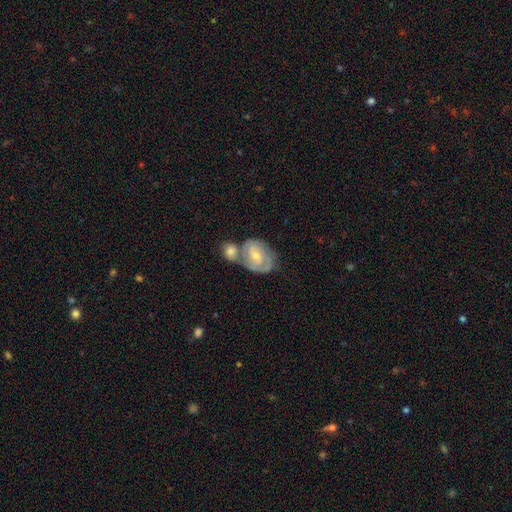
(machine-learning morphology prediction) A featured or disk galaxy (71%) with a weak bar (47%), 2 (56%) tight (52%) spiral arms (89%) and a small central bulge (51%).

Vote fractions:
- Smooth or featured? featured or disk: 71% / smooth: 24% / star or artifact: 6%
- Edge-on disk? no: 97% / yes: 3%
- Bar? weak: 47% / no: 43% / strong: 10%
- Spiral arms? yes: 89% / no: 11%
- Spiral winding? tight: 52% / medium: 37% / loose: 10%
- Spiral arm count? 2: 56% / can't tell: 23% / 3: 11% / 1: 4% / 4: 3% / more than 4: 2%
- Bulge size? small: 51% / moderate: 44% / none: 2% / large: 2% / dominant: 1%
- Merging? merger: 49% / none: 30% / minor disturbance: 14% / major disturbance: 7%